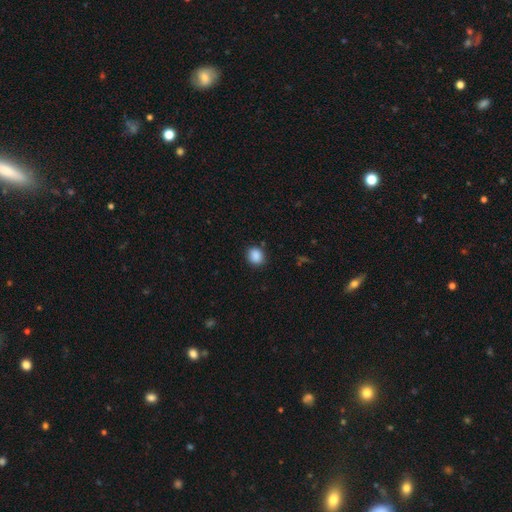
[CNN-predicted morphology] The model was most divided on "how rounded": round: 68%, in between: 31%, cigar-shaped: 1%. More confident: smooth or featured — smooth (88%); merging — none (85%).